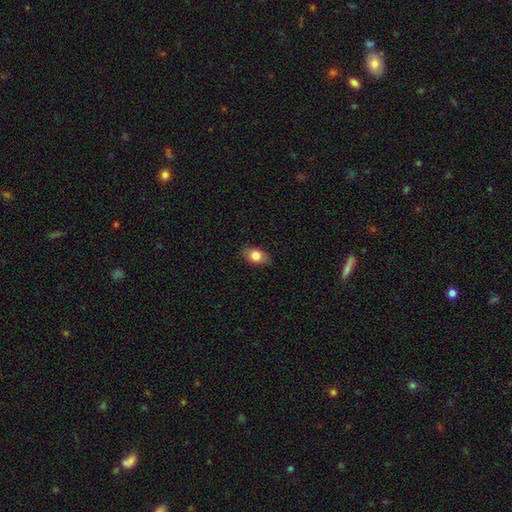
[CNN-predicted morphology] smooth 82%, featured or disk 11%, star or artifact 8%. Down the decision tree: how rounded — in between (84%); merging — none (84%).